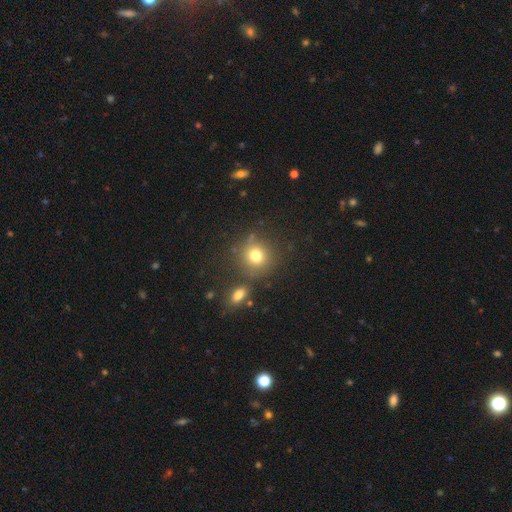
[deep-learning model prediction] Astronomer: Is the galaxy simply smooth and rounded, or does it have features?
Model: smooth — 76%.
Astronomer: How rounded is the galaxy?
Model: round — 89%.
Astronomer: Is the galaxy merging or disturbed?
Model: none — 77%.